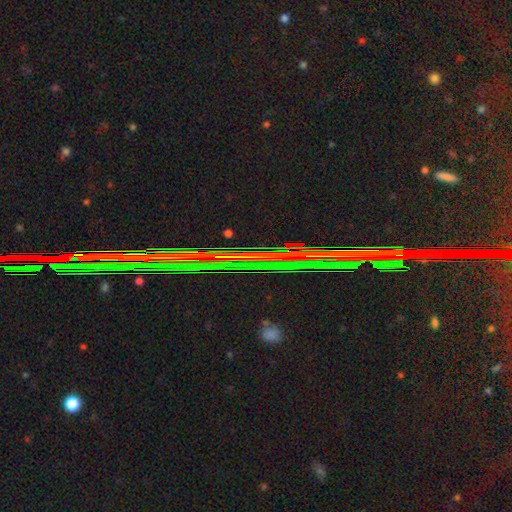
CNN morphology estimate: Smooth or featured: star or artifact — 87% (featured or disk — 7%)